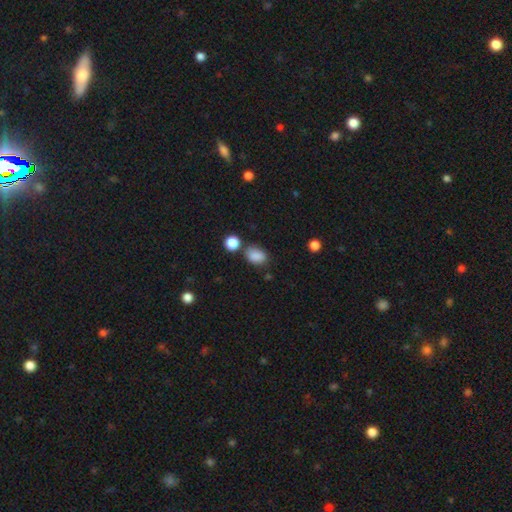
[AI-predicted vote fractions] smooth-or-featured: smooth: 85% | star or artifact: 10% | featured or disk: 5%
  how-rounded: in between: 78% | round: 21% | cigar-shaped: 1%
  merging: none: 67% | minor disturbance: 17% | merger: 10% | major disturbance: 5%